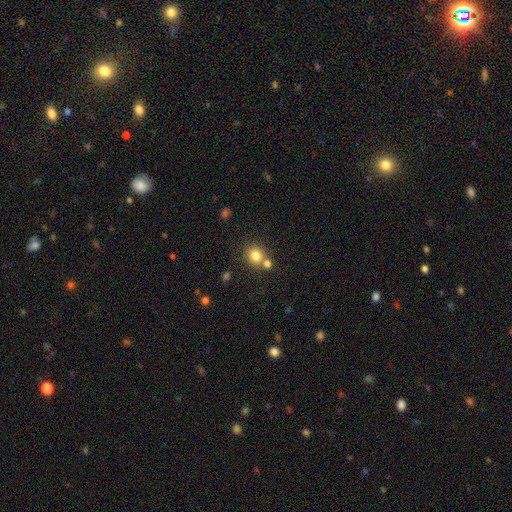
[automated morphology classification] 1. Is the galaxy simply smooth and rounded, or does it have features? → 80% smooth, 12% star or artifact, 8% featured or disk.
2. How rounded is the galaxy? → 83% round, 16% in between, 1% cigar-shaped.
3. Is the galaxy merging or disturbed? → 60% none, 28% merger, 9% minor disturbance, 3% major disturbance.